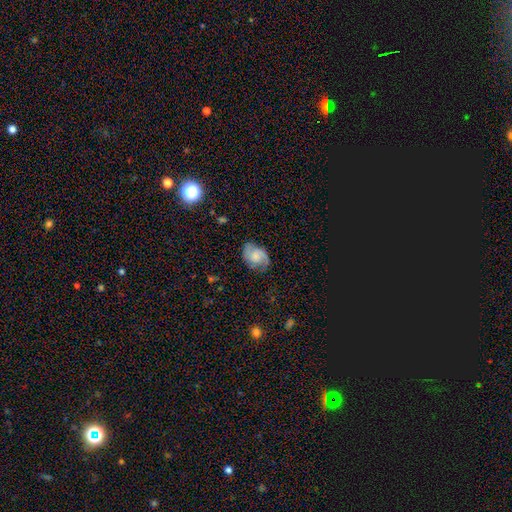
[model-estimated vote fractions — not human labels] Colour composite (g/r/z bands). It shows a featured or disk galaxy (68%) with no bar (63%), 2 (81%) medium (48%) spiral arms (94%) and no central bulge (31%). Merging: none (68%).